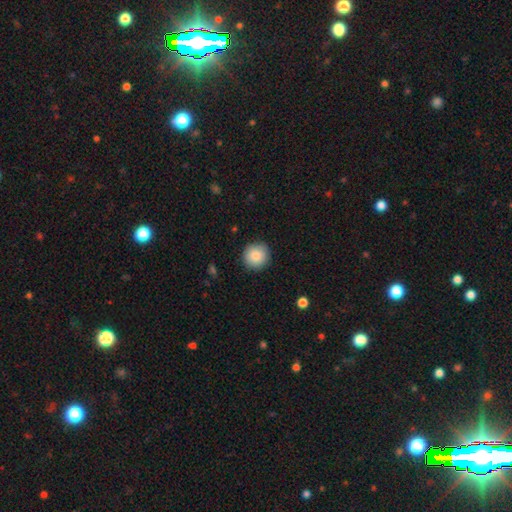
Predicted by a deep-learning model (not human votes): Q: Smooth or featured?
A: smooth (86%); runner-up: star or artifact (8%)
Q: How rounded?
A: round (94%); runner-up: in between (5%)
Q: Merging?
A: none (90%); runner-up: minor disturbance (7%)